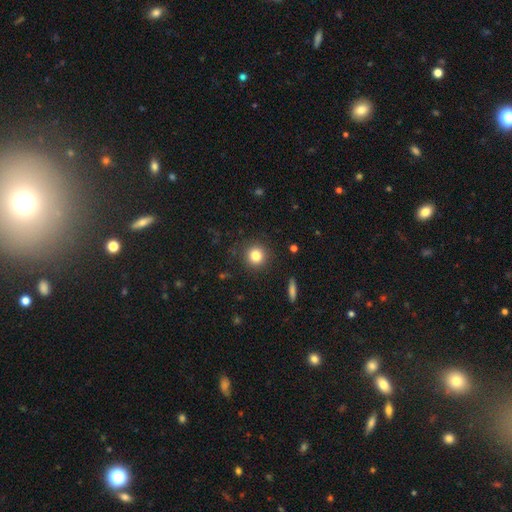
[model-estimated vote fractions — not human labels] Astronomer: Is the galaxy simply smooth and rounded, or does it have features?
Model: smooth — 82%.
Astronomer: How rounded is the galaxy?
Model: round — 93%.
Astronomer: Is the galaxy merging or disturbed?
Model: none — 90%.